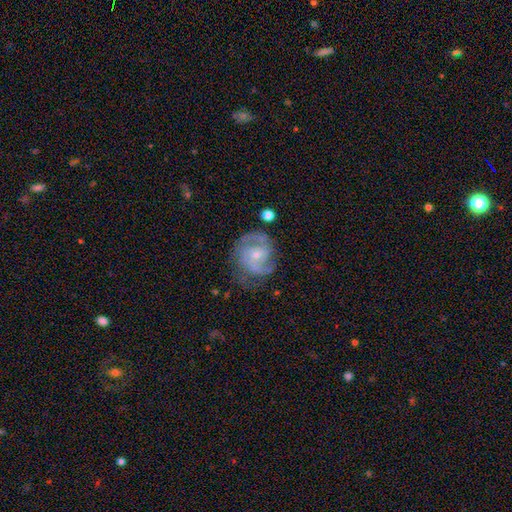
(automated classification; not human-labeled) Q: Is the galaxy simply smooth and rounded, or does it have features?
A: featured or disk — 80%.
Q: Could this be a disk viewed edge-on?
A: no — 98%.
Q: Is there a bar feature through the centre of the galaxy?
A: no — 59%.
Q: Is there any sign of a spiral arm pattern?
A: yes — 93%.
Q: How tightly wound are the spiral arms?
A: medium — 47%.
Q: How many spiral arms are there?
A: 2 — 60%.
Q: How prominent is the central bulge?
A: small — 68%.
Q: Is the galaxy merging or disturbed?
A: none — 62%.